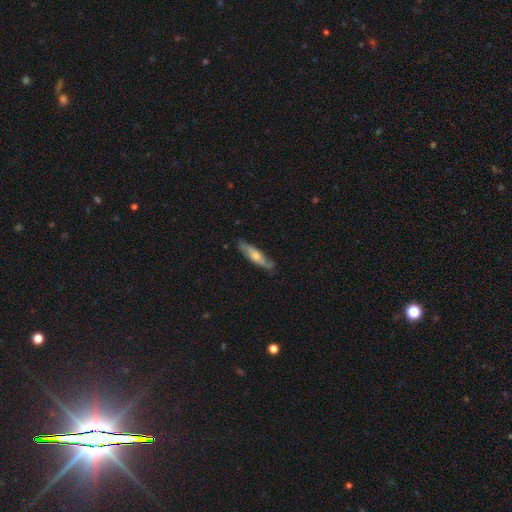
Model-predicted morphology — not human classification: smooth-or-featured: featured or disk: 49% | smooth: 46% | star or artifact: 5%
  merging: none: 77% | minor disturbance: 18% | major disturbance: 3% | merger: 1%